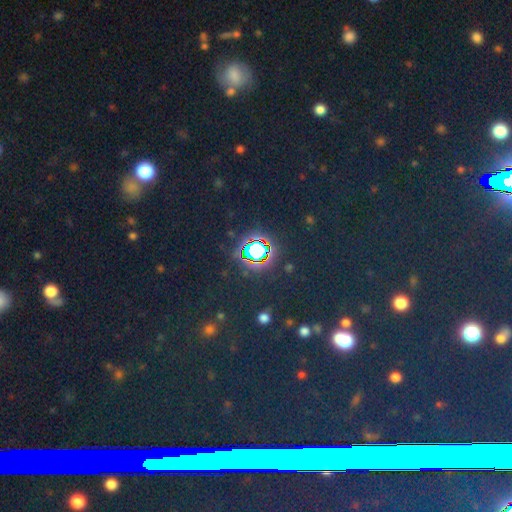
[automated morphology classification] smooth-or-featured: star or artifact: 72% | smooth: 19% | featured or disk: 9%